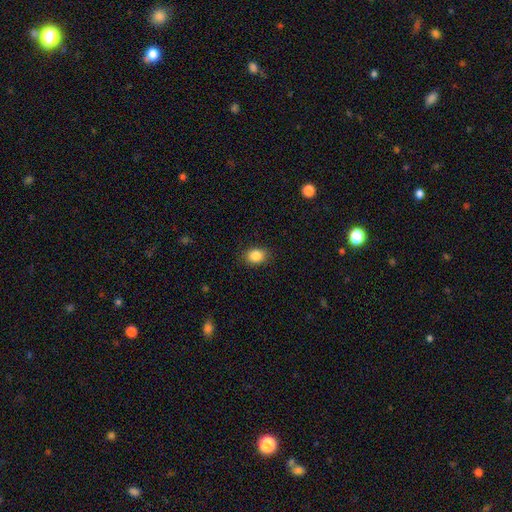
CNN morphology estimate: Q: Smooth or featured?
A: smooth (87%); runner-up: star or artifact (9%)
Q: How rounded?
A: in between (56%); runner-up: round (43%)
Q: Merging?
A: none (86%); runner-up: minor disturbance (10%)